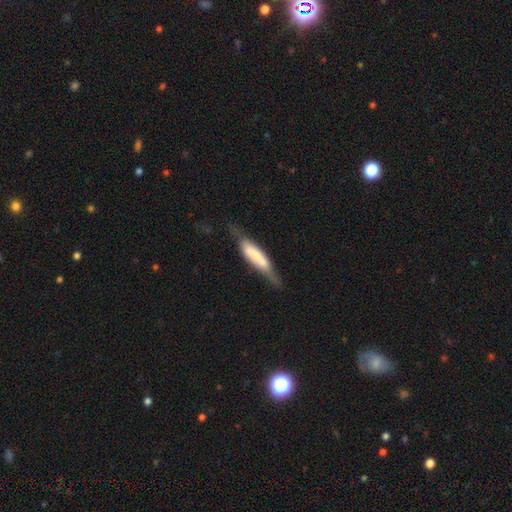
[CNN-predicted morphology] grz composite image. It shows a smooth galaxy with no disk features (52%) that is cigar-shaped (68%). Merging: none (48%).